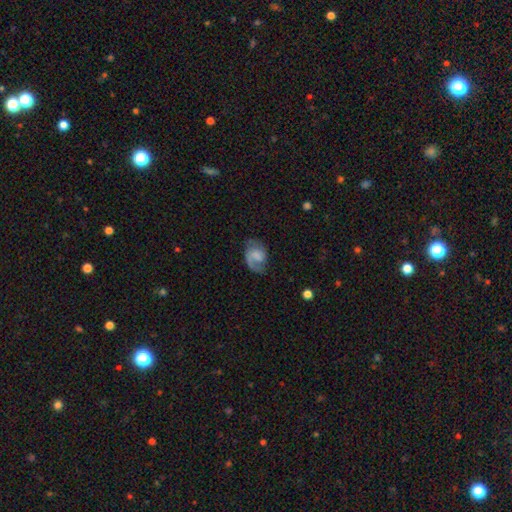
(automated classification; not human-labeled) smooth-or-featured: featured or disk: 62% | smooth: 30% | star or artifact: 8%
  disk-edge-on: no: 97% | yes: 3%
    bar: no: 51% | weak: 40% | strong: 9%
    has-spiral-arms: yes: 88% | no: 12%
      spiral-winding: medium: 44% | loose: 31% | tight: 25%
      spiral-arm-count: 2: 50% | 1: 40% | can't tell: 7% | 3: 1% | 4: 1% | more than 4: 1%
    bulge-size: none: 47% | small: 19% | moderate: 18% | large: 14% | dominant: 3%
  merging: none: 56% | minor disturbance: 23% | major disturbance: 19% | merger: 2%